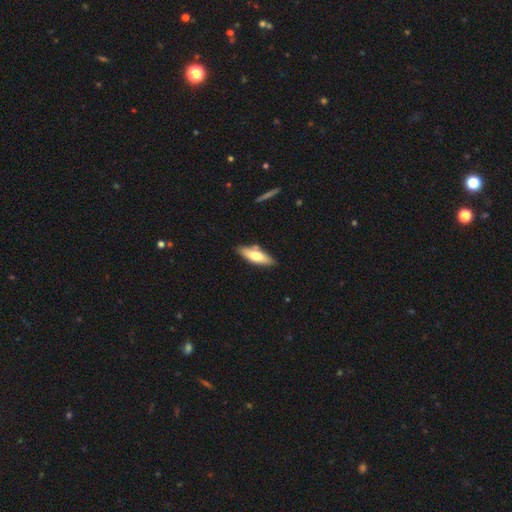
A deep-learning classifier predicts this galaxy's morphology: Smooth or featured? smooth (65%)
How rounded? in between (52%)
Merging? none (80%)